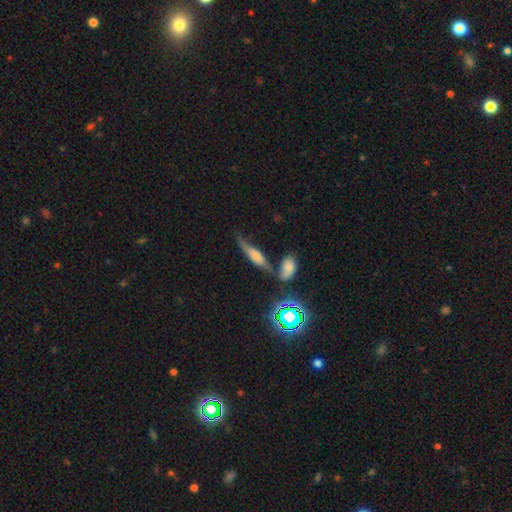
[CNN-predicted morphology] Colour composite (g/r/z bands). It shows a featured or disk galaxy (44%). Merging: none (52%).